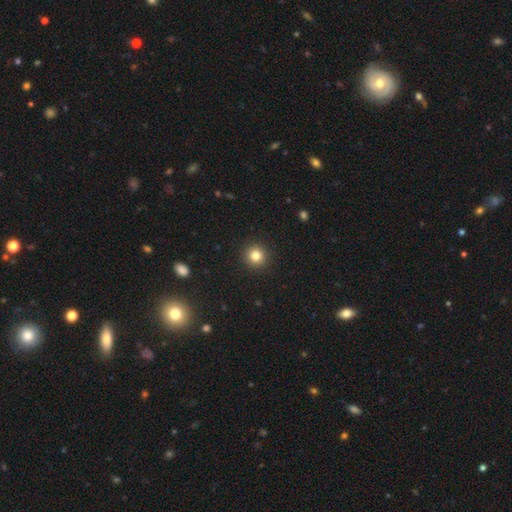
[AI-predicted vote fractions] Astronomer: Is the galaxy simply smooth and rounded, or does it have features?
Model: smooth — 82%.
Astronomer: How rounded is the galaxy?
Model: round — 94%.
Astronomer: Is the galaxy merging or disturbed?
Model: none — 92%.